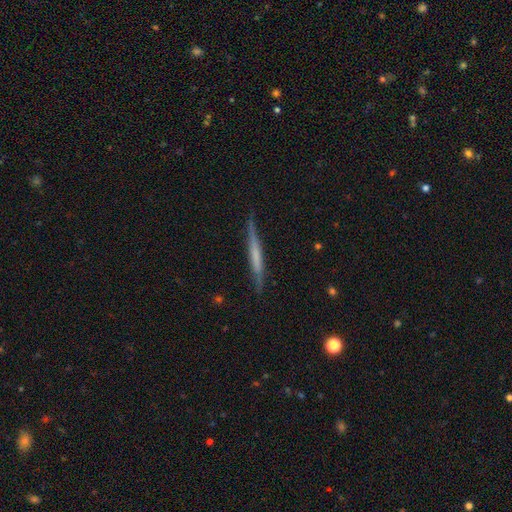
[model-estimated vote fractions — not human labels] The model was most divided on "smooth or featured": featured or disk: 53%, smooth: 41%, star or artifact: 6%. More confident: edge-on disk — yes (95%); merging — none (83%); edge-on bulge — none (73%).